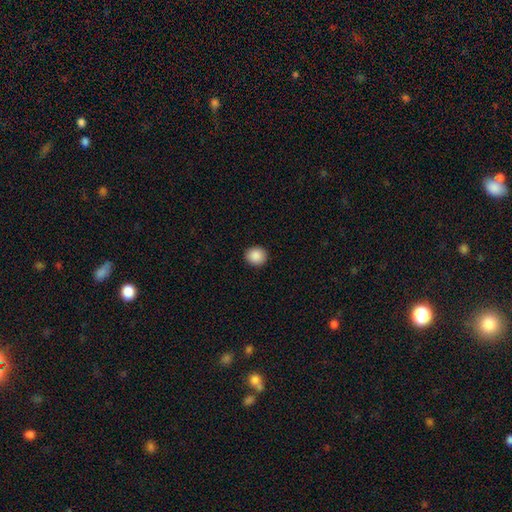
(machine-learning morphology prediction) Smooth or featured: smooth — 89% (star or artifact — 8%)
How rounded: round — 85% (in between — 14%)
Merging: none — 92% (minor disturbance — 6%)